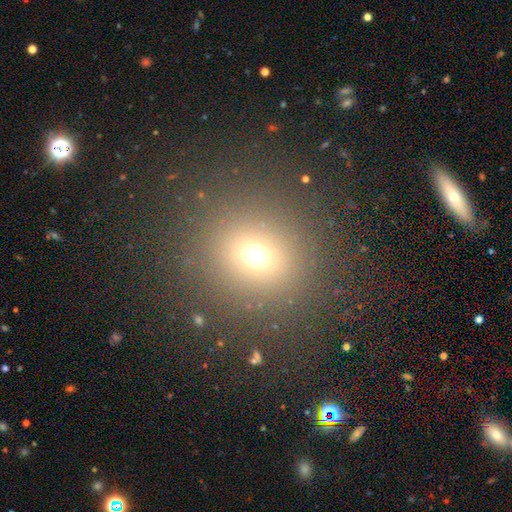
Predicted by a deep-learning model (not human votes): This is likely a smooth galaxy (66%). How rounded: clearly round (85%). Merging: clearly none (87%).